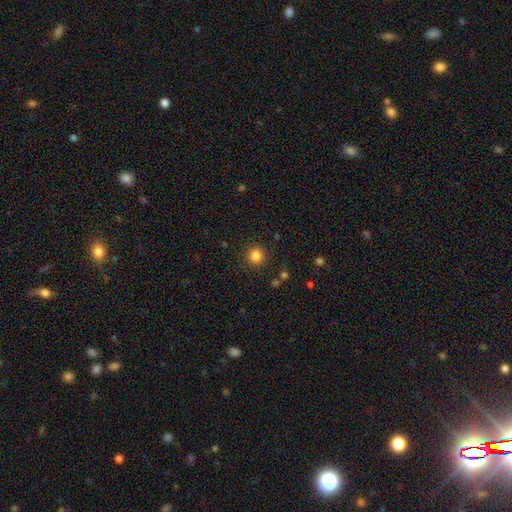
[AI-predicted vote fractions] This is clearly a smooth galaxy (83%). How rounded: clearly round (94%). Merging: clearly none (90%).